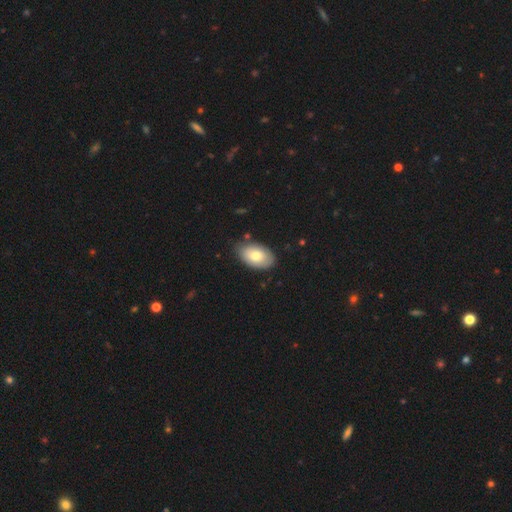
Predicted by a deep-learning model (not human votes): Overall: smooth (76%). How rounded: in between (92%). Merging: none (81%).